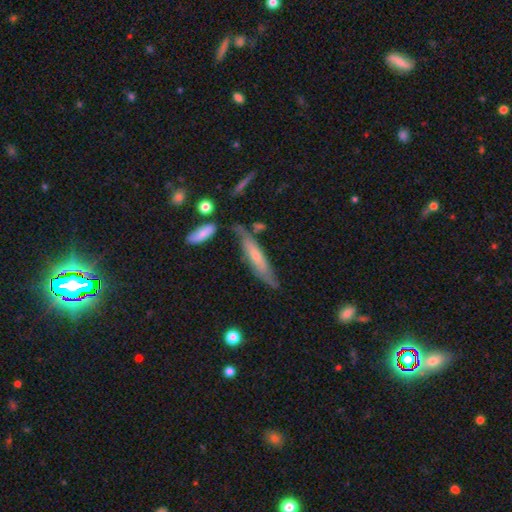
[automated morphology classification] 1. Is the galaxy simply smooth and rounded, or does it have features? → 51% featured or disk, 42% smooth, 7% star or artifact.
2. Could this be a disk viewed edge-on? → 71% yes, 29% no.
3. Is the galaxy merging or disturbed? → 67% none, 22% minor disturbance, 6% merger, 6% major disturbance.